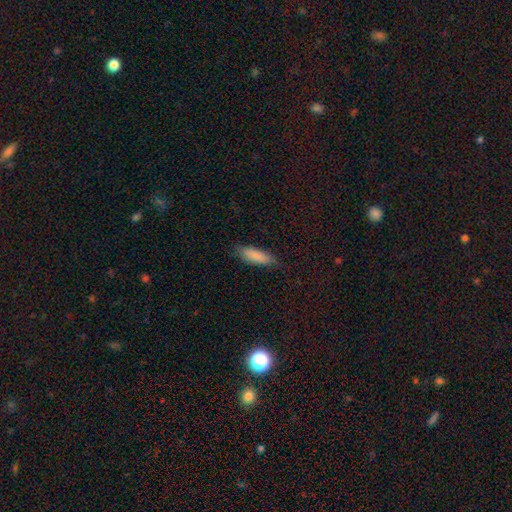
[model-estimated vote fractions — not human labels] This appears to be a smooth galaxy with no disk features (87%) that is cigar-shaped (51%). Merging: none (80%).